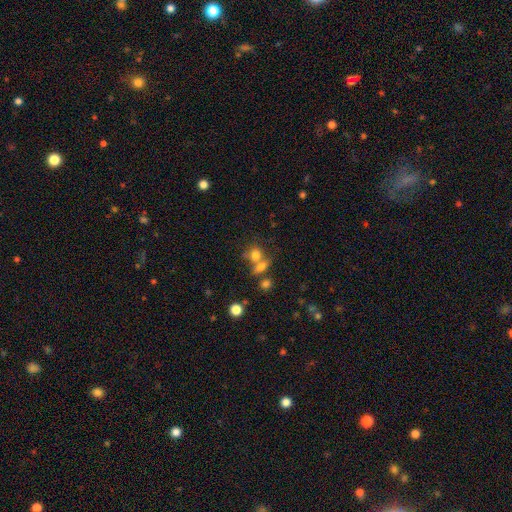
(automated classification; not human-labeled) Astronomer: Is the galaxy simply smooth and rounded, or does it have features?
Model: smooth — 74%.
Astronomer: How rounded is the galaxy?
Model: round — 61% (runner-up: in between, 36%).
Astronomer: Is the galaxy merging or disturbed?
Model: merger — 46% (runner-up: none, 38%).